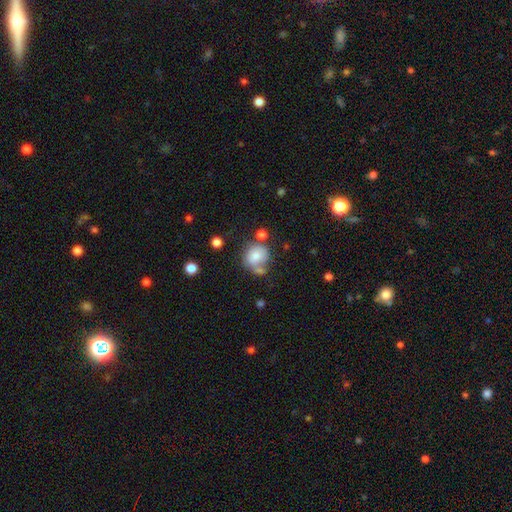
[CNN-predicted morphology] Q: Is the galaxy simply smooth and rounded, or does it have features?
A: smooth — 75%.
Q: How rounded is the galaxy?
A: round — 75%.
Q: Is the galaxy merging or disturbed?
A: none — 47%.